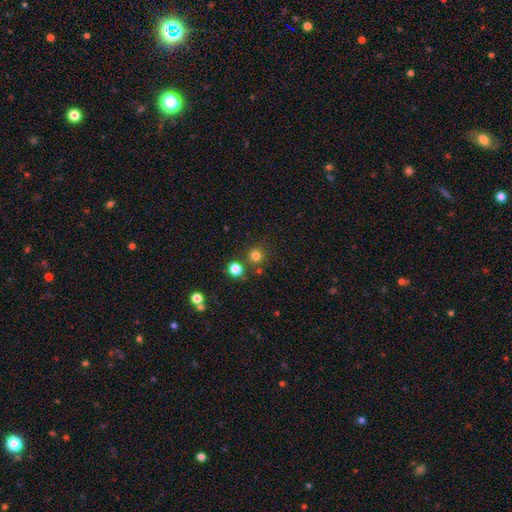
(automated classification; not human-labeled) This is likely a smooth galaxy (77%). How rounded: clearly round (93%). Merging: likely none (79%).